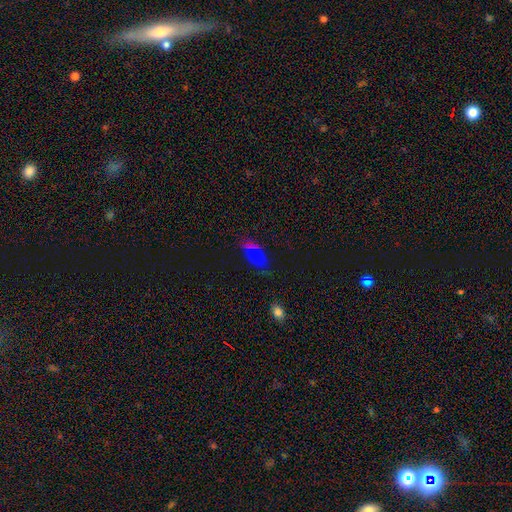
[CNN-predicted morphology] This appears to be a smooth galaxy with no disk features (59%) that is in between round and cigar-shaped (87%). Merging: none (67%).